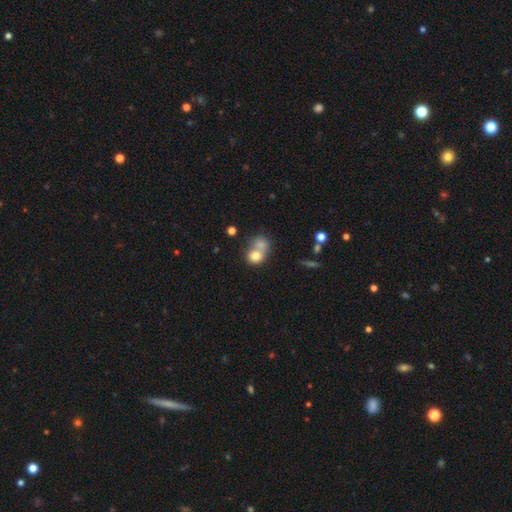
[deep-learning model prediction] Smooth or featured: smooth — 74% (featured or disk — 16%)
How rounded: round — 70% (in between — 29%)
Merging: merger — 63% (none — 26%)